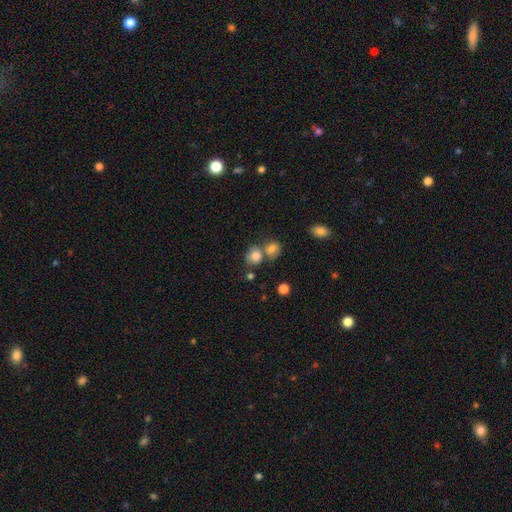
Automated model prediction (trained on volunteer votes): smooth 80%, star or artifact 11%, featured or disk 8%. Down the decision tree: how rounded — round (75%); merging — none (48%).